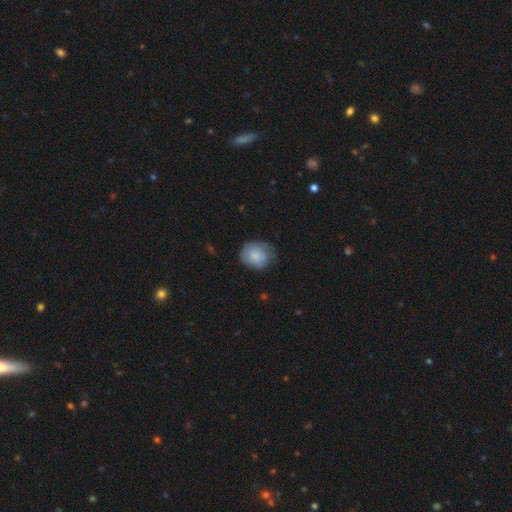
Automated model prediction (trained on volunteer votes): The model was most divided on "merging": none: 53%, minor disturbance: 34%, major disturbance: 12%, merger: 1%. More confident: smooth or featured — smooth (76%); how rounded — round (68%).